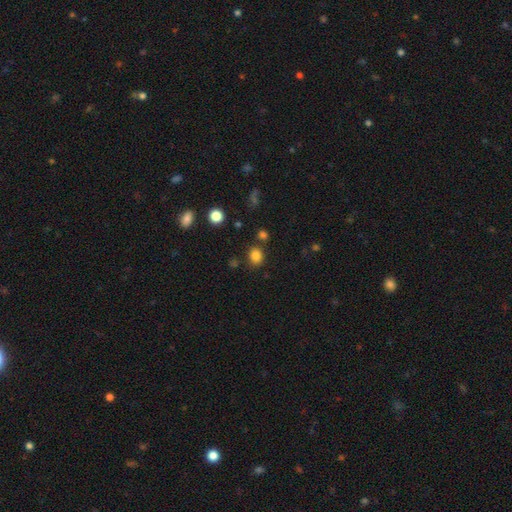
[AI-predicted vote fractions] A smooth galaxy with no disk features (82%) that is round (66%). Merging: none (79%).